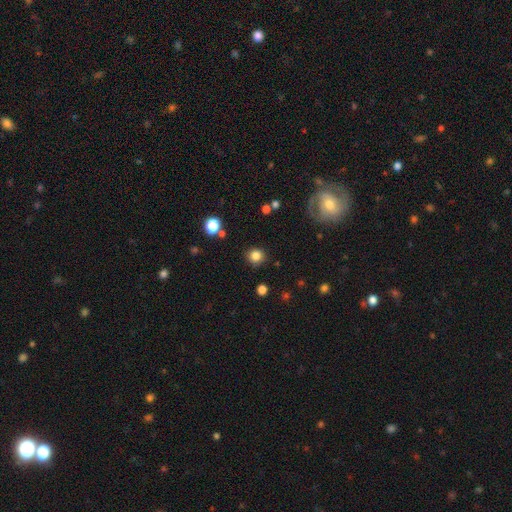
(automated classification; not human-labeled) Overall: smooth (83%). How rounded: round (89%). Merging: none (88%).